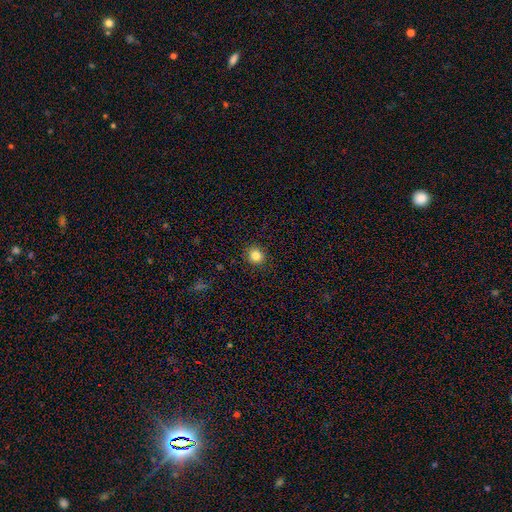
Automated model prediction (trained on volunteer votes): Smooth or featured? Predicted: smooth (p=0.83). How rounded? Predicted: round (p=0.87). Merging? Predicted: none (p=0.91).